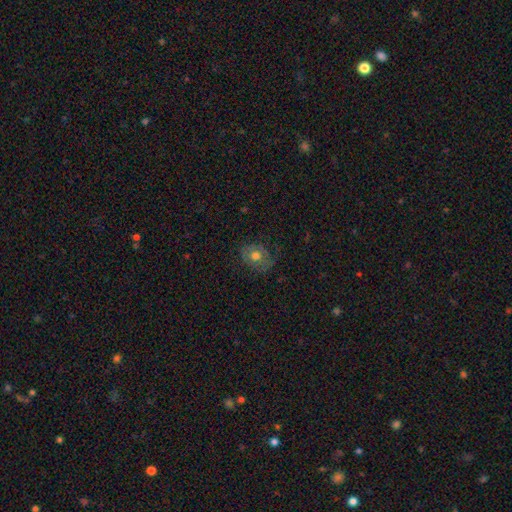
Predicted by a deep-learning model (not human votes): Smooth or featured: smooth — 56% (featured or disk — 33%)
How rounded: round — 54% (in between — 45%)
Merging: none — 74% (minor disturbance — 18%)